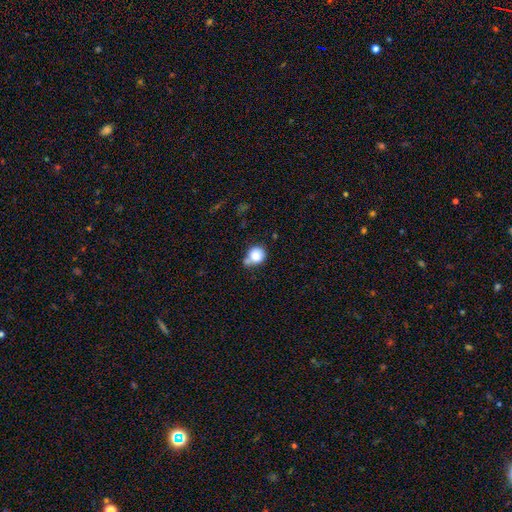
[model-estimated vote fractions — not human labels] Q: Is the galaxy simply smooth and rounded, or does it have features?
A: smooth — 82%.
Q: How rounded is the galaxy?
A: round — 79%.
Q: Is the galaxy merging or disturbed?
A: none — 45%.